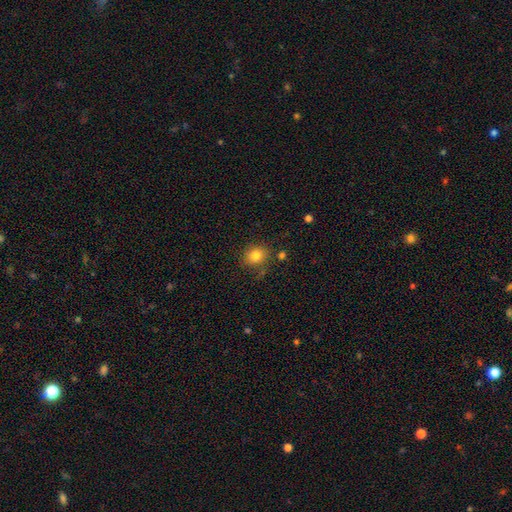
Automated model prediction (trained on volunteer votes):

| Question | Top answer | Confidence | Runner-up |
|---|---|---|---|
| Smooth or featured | smooth | 81% | star or artifact (12%) |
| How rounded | round | 75% | in between (24%) |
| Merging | none | 78% | minor disturbance (14%) |